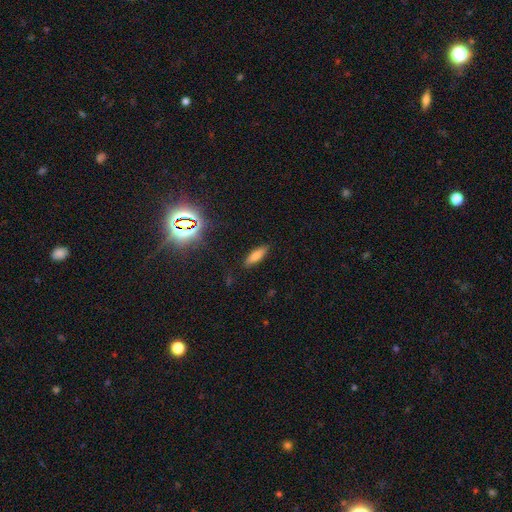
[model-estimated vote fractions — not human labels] This appears to be a smooth galaxy with no disk features (72%) that is in between round and cigar-shaped (53%). Merging: none (86%).